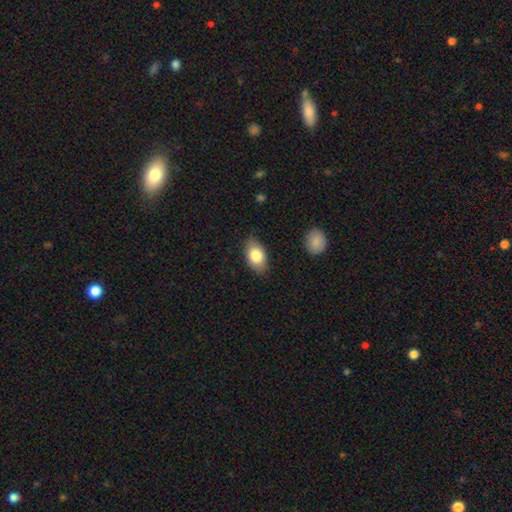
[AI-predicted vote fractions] smooth-or-featured: smooth: 81% | featured or disk: 12% | star or artifact: 7%
  how-rounded: in between: 90% | round: 8% | cigar-shaped: 2%
  merging: none: 83% | minor disturbance: 13% | major disturbance: 3% | merger: 1%